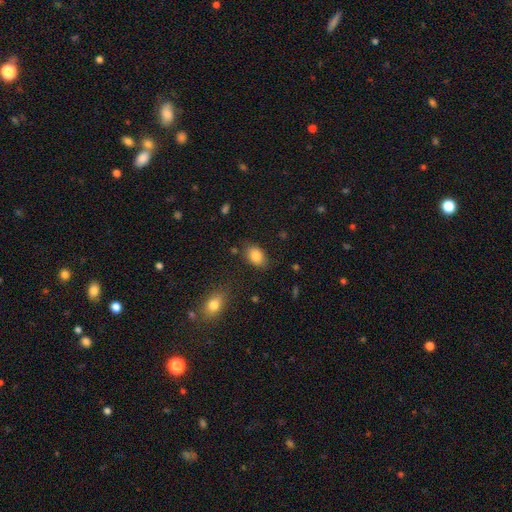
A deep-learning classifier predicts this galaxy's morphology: Q: Smooth or featured?
A: smooth (85%); runner-up: star or artifact (8%)
Q: How rounded?
A: in between (82%); runner-up: round (16%)
Q: Merging?
A: none (79%); runner-up: minor disturbance (14%)